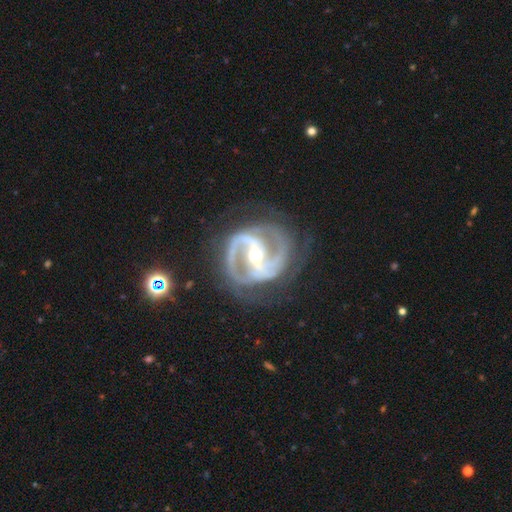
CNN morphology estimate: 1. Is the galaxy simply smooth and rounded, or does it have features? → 93% featured or disk, 4% star or artifact, 3% smooth.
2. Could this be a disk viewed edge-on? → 98% no, 2% yes.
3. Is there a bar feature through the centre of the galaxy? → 58% strong, 30% weak, 12% no.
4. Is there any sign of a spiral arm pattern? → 98% yes, 2% no.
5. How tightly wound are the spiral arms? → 58% medium, 30% tight, 12% loose.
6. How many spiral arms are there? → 84% 2, 7% 3, 3% can't tell, 2% 1, 2% 4, 2% more than 4.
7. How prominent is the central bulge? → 66% moderate, 28% small, 4% large, 1% none, 1% dominant.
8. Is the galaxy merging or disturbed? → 72% none, 17% minor disturbance, 9% major disturbance, 2% merger.